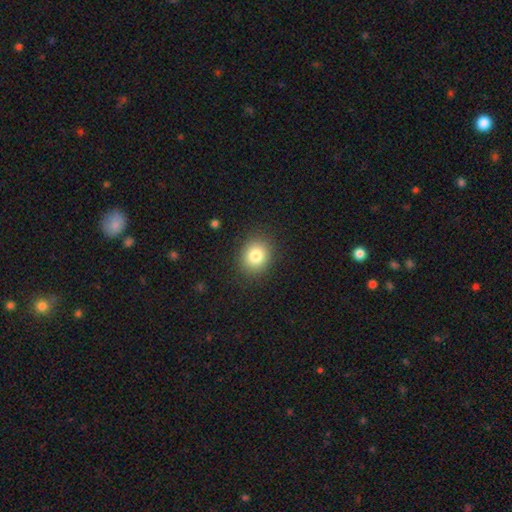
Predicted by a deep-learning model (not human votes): Smooth or featured?
  - smooth: 81% *
  - star or artifact: 11%
  - featured or disk: 8%
How rounded?
  - round: 72% *
  - in between: 27%
  - cigar-shaped: 1%
Merging?
  - none: 88% *
  - minor disturbance: 8%
  - major disturbance: 3%
  - merger: 1%